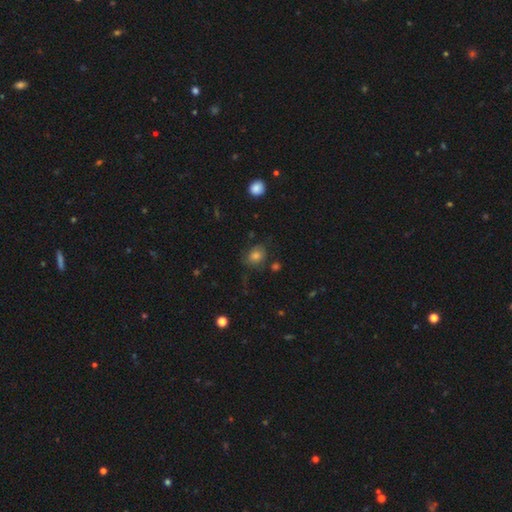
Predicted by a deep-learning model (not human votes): smooth-or-featured: smooth: 71% | star or artifact: 16% | featured or disk: 12%
  how-rounded: round: 59% | in between: 40% | cigar-shaped: 1%
  merging: none: 71% | minor disturbance: 18% | major disturbance: 8% | merger: 3%